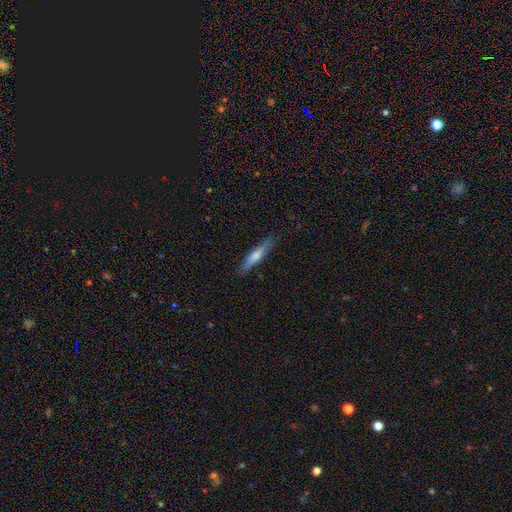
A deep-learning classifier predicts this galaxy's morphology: Q: Smooth or featured?
A: smooth (62%); runner-up: featured or disk (33%)
Q: How rounded?
A: cigar-shaped (89%); runner-up: in between (10%)
Q: Merging?
A: none (87%); runner-up: minor disturbance (10%)